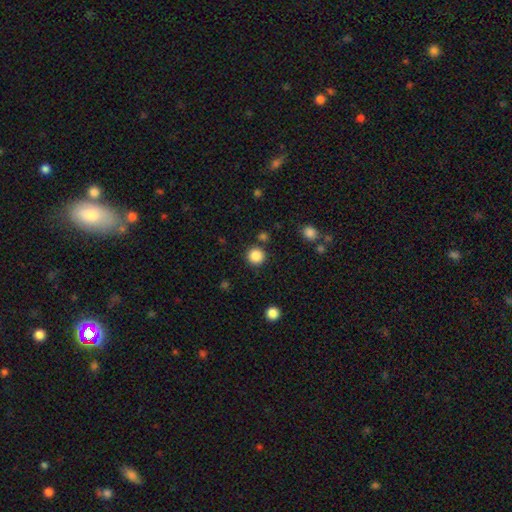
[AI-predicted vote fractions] Smooth or featured? Predicted: smooth (p=0.86). How rounded? Predicted: round (p=0.95). Merging? Predicted: none (p=0.88).